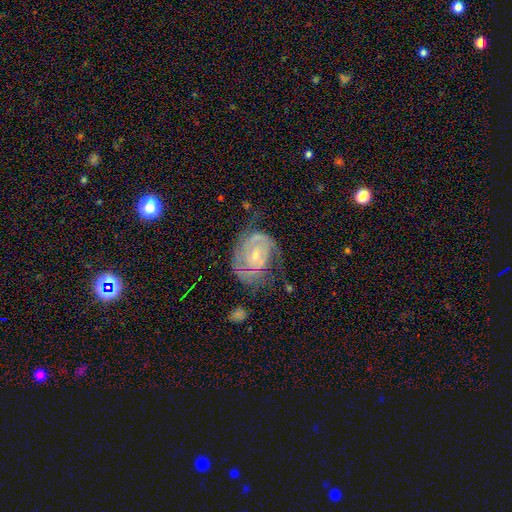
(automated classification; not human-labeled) Morphology: type=featured or disk (77%); edge-on=no (97%); bar=no (62%); spiral arms=yes (82%); winding=tight (61%); arm count=can't tell (40%); bulge=small (64%); merging=none (46%).